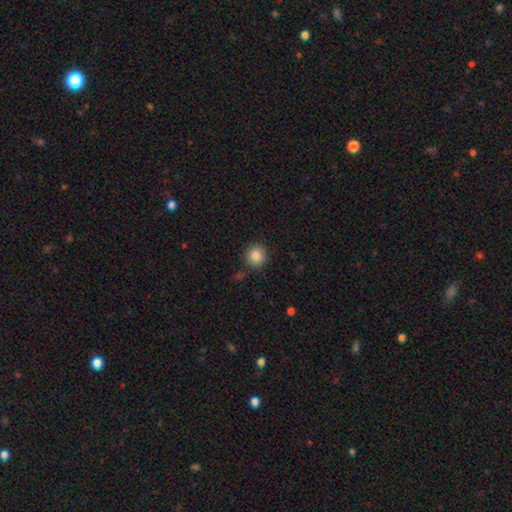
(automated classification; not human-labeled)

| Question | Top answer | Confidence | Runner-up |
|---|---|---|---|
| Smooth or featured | smooth | 86% | star or artifact (10%) |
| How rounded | round | 92% | in between (7%) |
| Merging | none | 86% | minor disturbance (8%) |